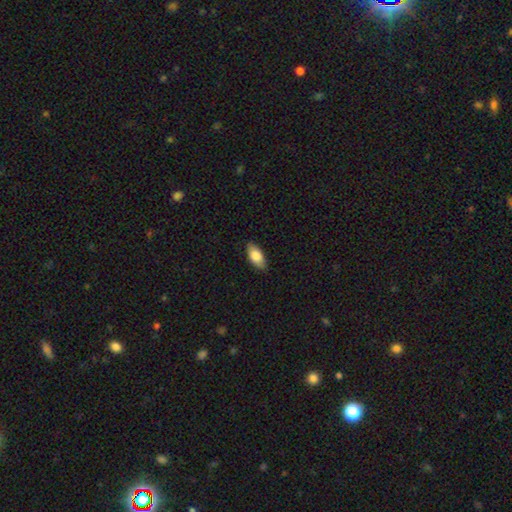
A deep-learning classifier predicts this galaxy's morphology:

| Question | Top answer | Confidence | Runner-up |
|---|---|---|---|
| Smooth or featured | smooth | 80% | featured or disk (13%) |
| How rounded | in between | 89% | cigar-shaped (8%) |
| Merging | none | 87% | minor disturbance (10%) |